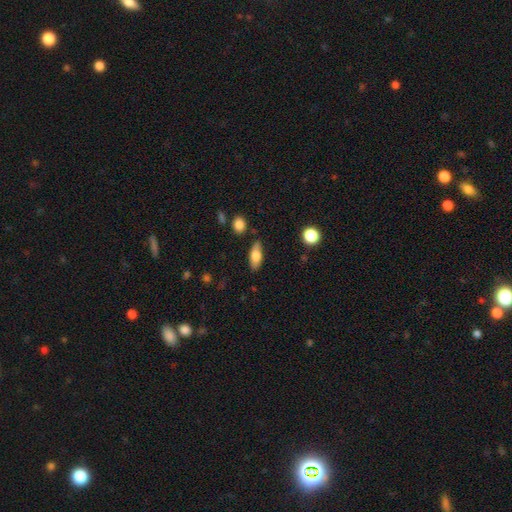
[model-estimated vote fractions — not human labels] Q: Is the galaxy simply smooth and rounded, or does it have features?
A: smooth — 73%.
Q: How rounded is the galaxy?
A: in between — 76%.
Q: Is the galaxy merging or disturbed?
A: none — 81%.